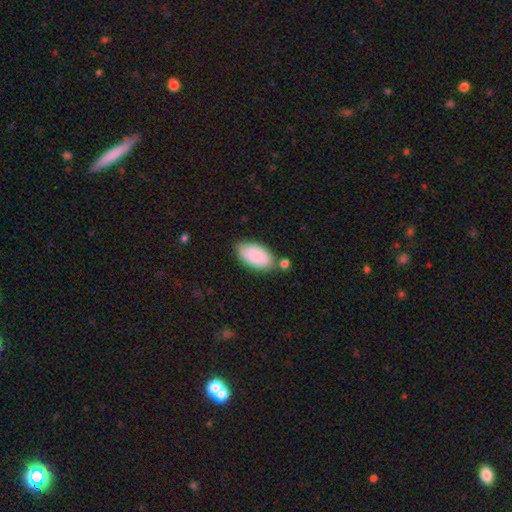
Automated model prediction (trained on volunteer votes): A smooth galaxy with no disk features (85%) that is in between round and cigar-shaped (94%). Merging: none (68%).